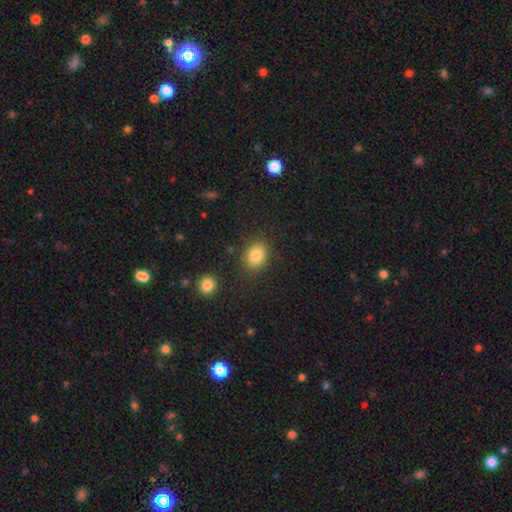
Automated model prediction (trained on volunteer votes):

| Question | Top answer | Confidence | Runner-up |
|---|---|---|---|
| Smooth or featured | smooth | 84% | star or artifact (10%) |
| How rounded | round | 51% | in between (48%) |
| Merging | none | 84% | minor disturbance (10%) |